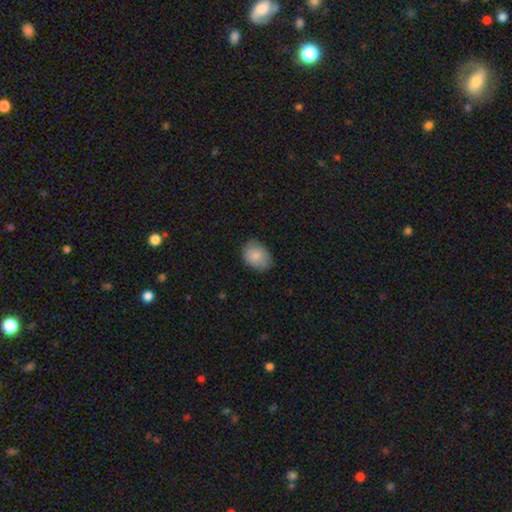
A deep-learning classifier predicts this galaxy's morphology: A smooth galaxy with no disk features (85%) that is in between round and cigar-shaped (71%). Merging: none (74%).